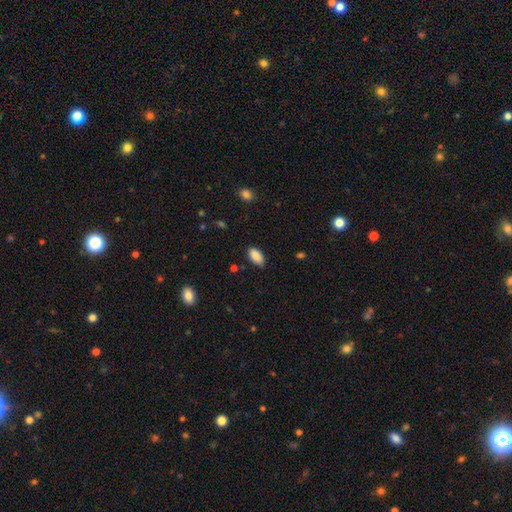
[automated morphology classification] type=smooth (88%); roundness=in between (92%); merging=none (81%).